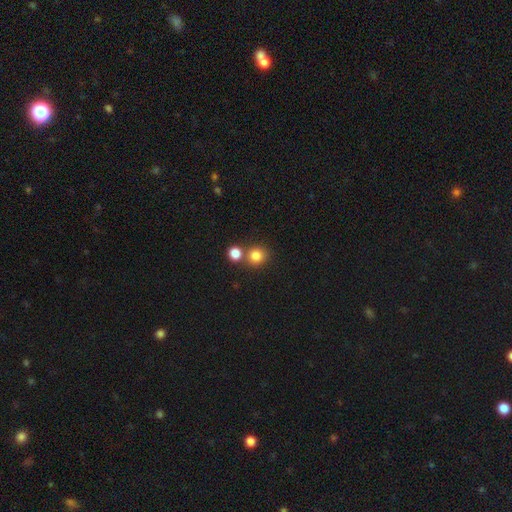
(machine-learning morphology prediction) This appears to be a smooth galaxy with no disk features (83%) that is round (88%). Merging: none (66%).